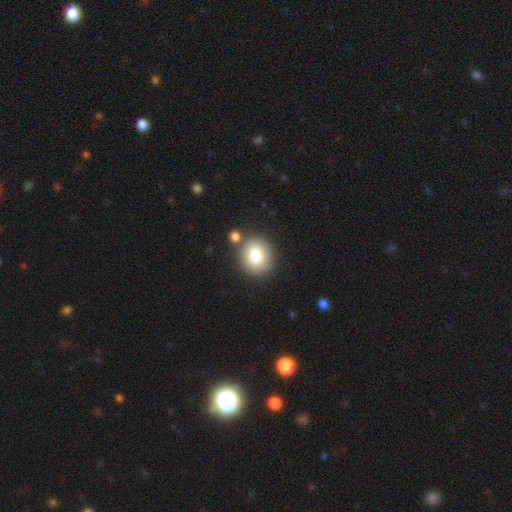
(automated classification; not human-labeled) smooth_or_featured: smooth (p=0.83) [alt: featured or disk p=0.09]
how_rounded: round (p=0.65) [alt: in between p=0.34]
merging: none (p=0.75) [alt: merger p=0.12]